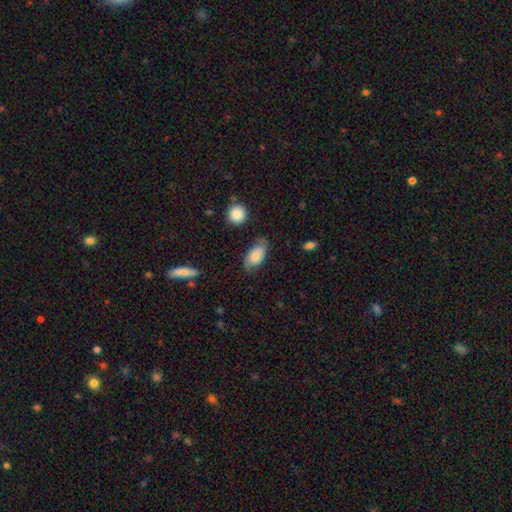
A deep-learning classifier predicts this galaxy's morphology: Smooth or featured?
  - smooth: 58% *
  - featured or disk: 34%
  - star or artifact: 8%
How rounded?
  - in between: 90% *
  - round: 6%
  - cigar-shaped: 4%
Merging?
  - none: 65% *
  - minor disturbance: 24%
  - major disturbance: 8%
  - merger: 3%